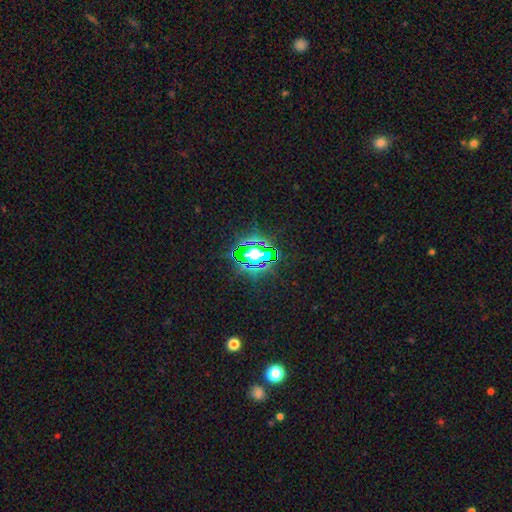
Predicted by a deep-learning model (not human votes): Morphology: type=star or artifact (70%).